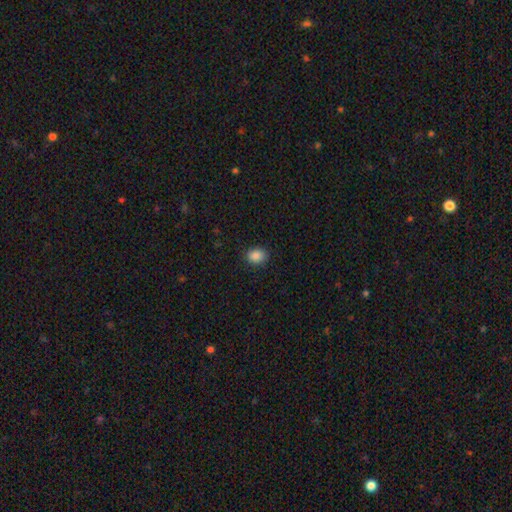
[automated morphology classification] smooth_or_featured: smooth (p=0.87) [alt: star or artifact p=0.09]
how_rounded: in between (p=0.54) [alt: round p=0.45]
merging: none (p=0.87) [alt: minor disturbance p=0.10]